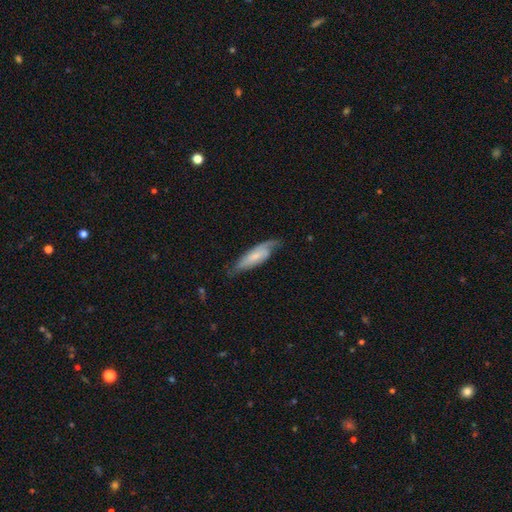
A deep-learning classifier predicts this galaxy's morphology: Smooth or featured? Predicted: featured or disk (p=0.53). Edge-on disk? Predicted: no (p=0.73). Merging? Predicted: none (p=0.61).